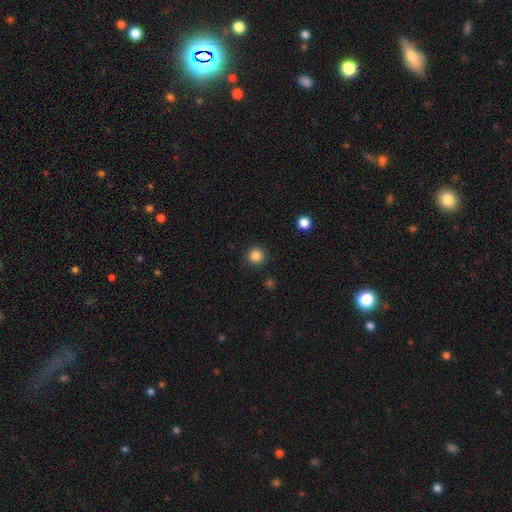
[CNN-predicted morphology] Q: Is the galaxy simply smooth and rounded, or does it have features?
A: smooth — 85%.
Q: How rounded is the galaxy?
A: round — 95%.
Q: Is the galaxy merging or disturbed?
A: none — 91%.